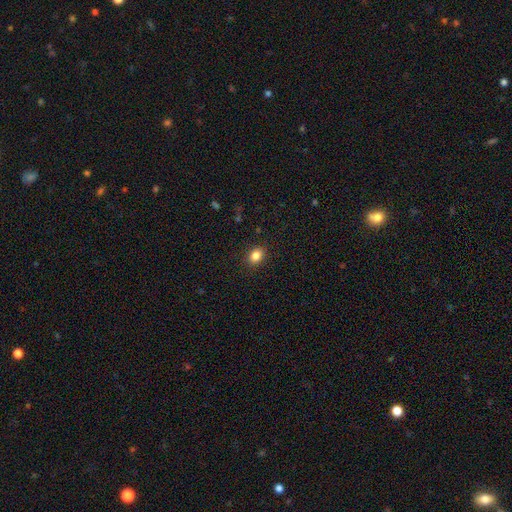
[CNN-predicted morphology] A smooth galaxy with no disk features (85%) that is in between round and cigar-shaped (64%).

Vote fractions:
- Smooth or featured? smooth: 85% / star or artifact: 10% / featured or disk: 5%
- How rounded? in between: 64% / round: 35% / cigar-shaped: 1%
- Merging? none: 89% / minor disturbance: 8% / major disturbance: 2% / merger: 1%